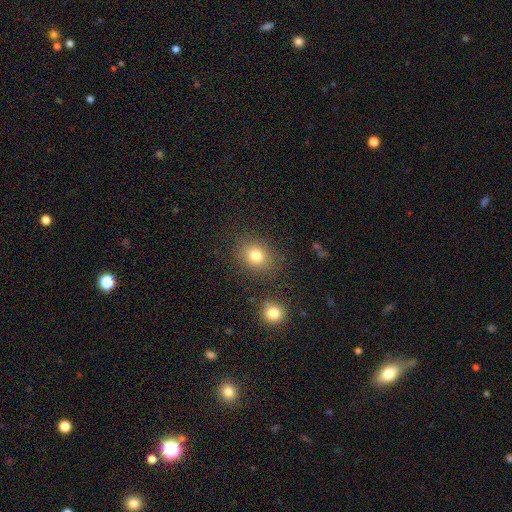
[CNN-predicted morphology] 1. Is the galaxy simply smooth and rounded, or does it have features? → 79% smooth, 13% star or artifact, 8% featured or disk.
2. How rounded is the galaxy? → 61% round, 38% in between, 1% cigar-shaped.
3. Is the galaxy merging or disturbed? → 81% none, 11% minor disturbance, 4% merger, 4% major disturbance.